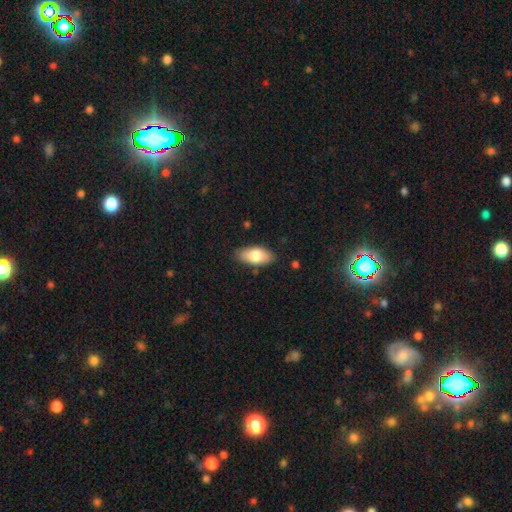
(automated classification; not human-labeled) Smooth or featured?
  - smooth: 78% *
  - featured or disk: 16%
  - star or artifact: 6%
How rounded?
  - in between: 90% *
  - cigar-shaped: 7%
  - round: 3%
Merging?
  - none: 84% *
  - minor disturbance: 12%
  - major disturbance: 2%
  - merger: 1%